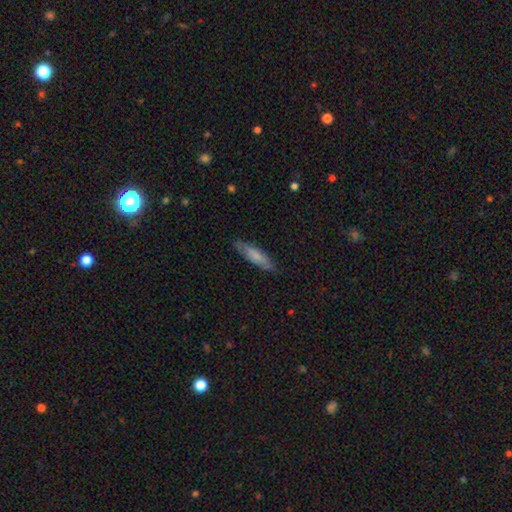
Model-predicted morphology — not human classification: Smooth or featured? smooth (75%)
How rounded? cigar-shaped (71%)
Merging? none (82%)